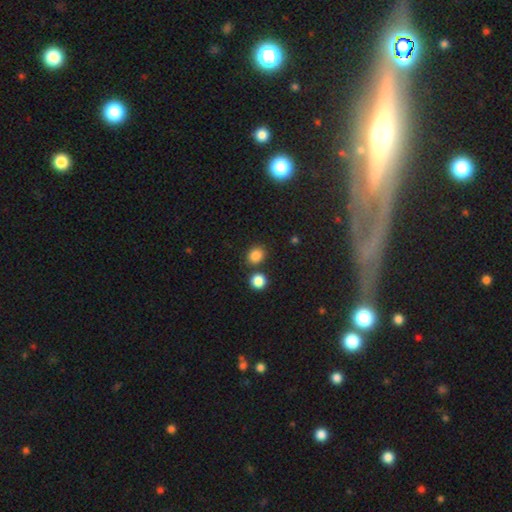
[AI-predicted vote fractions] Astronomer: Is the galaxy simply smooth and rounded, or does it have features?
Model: smooth — 84%.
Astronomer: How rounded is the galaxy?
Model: round — 65%.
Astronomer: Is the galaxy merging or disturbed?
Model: none — 75%.